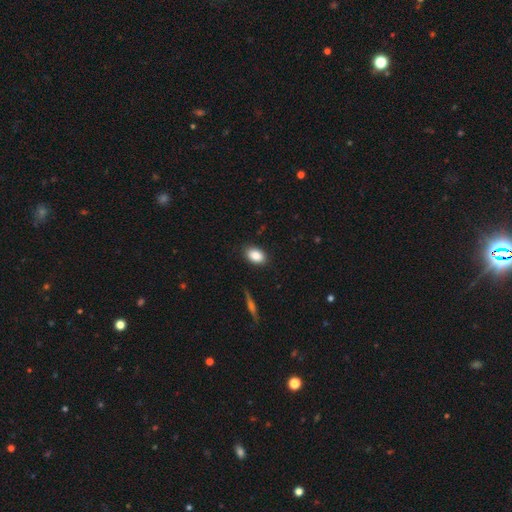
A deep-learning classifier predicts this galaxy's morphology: Smooth or featured? smooth (87%)
How rounded? in between (87%)
Merging? none (86%)